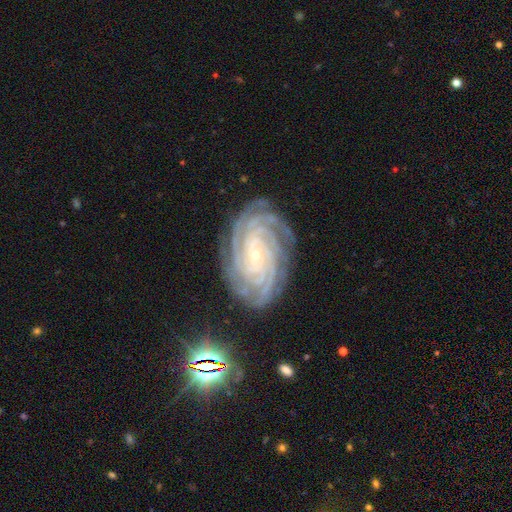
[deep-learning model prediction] Smooth or featured? featured or disk (90%)
Edge-on disk? no (97%)
Bar? no (67%)
Spiral arms? yes (99%)
Spiral winding? tight (85%)
Spiral arm count? more than 4 (35%)
Bulge size? small (85%)
Merging? none (82%)